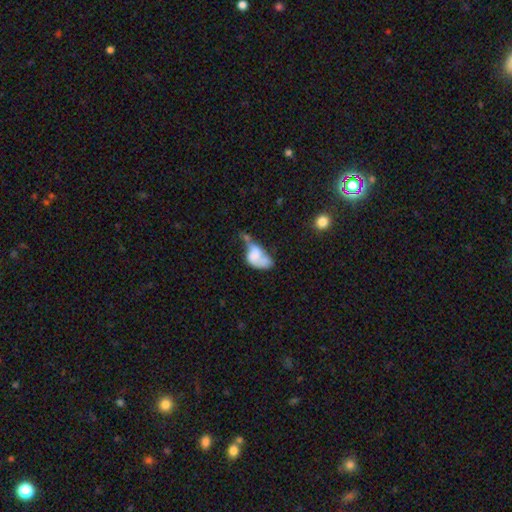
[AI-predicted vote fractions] Smooth or featured: smooth — 55% (featured or disk — 35%)
How rounded: in between — 87% (round — 10%)
Merging: major disturbance — 34% (merger — 32%)